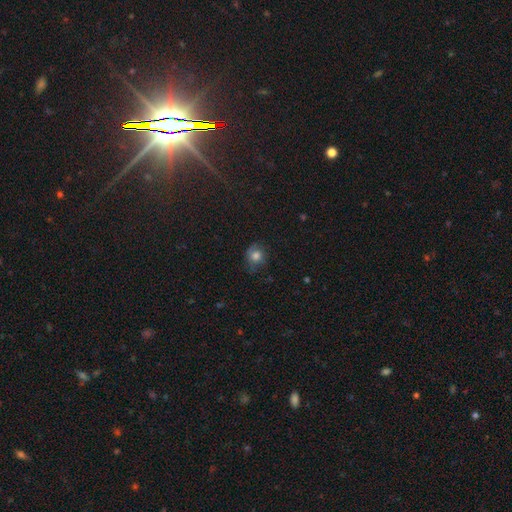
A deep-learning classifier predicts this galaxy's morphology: smooth_or_featured: smooth (p=0.76) [alt: star or artifact p=0.12]
how_rounded: round (p=0.79) [alt: in between p=0.20]
merging: none (p=0.68) [alt: minor disturbance p=0.23]